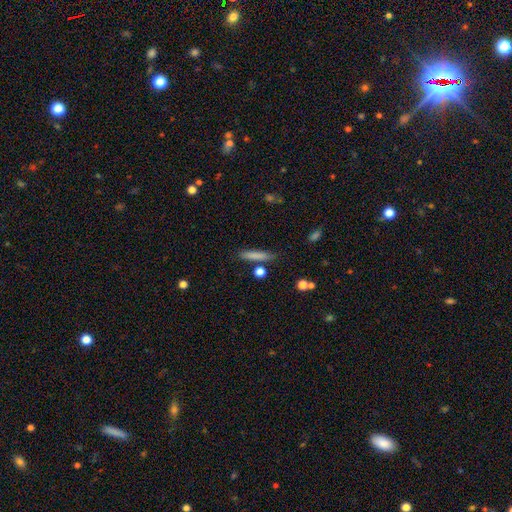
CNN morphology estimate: Smooth or featured? Predicted: smooth (p=0.79). How rounded? Predicted: cigar-shaped (p=0.87). Merging? Predicted: none (p=0.81).